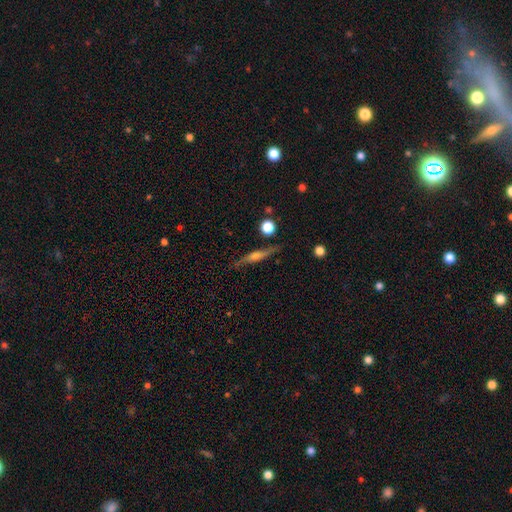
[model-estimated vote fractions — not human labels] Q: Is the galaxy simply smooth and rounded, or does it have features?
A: featured or disk — 72%.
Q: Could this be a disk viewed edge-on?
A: yes — 94%.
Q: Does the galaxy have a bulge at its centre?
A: rounded — 73%.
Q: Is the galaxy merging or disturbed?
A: none — 85%.